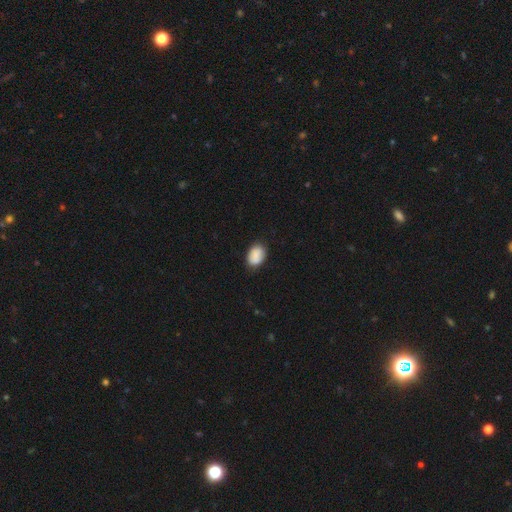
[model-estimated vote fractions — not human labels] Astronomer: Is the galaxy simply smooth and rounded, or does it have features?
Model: smooth — 87%.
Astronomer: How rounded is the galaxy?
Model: in between — 83%.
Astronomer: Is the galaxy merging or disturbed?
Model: none — 80%.